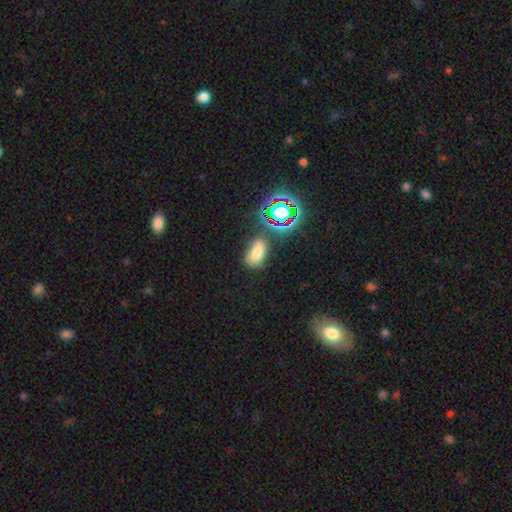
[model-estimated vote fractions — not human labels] Q: Smooth or featured?
A: smooth (64%); runner-up: star or artifact (25%)
Q: How rounded?
A: in between (87%); runner-up: round (10%)
Q: Merging?
A: none (63%); runner-up: minor disturbance (20%)